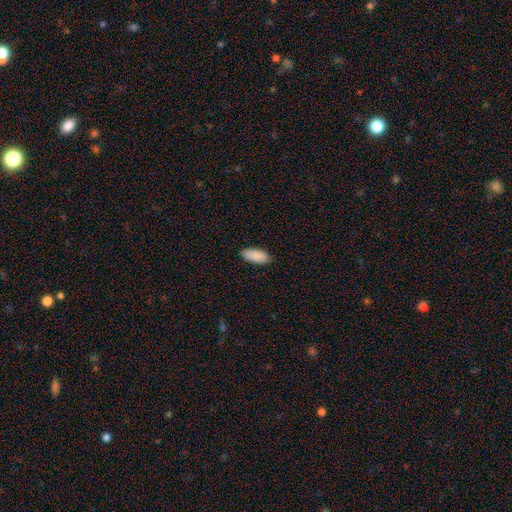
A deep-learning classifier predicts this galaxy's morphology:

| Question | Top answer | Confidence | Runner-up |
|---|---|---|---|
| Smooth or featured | smooth | 90% | star or artifact (6%) |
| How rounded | in between | 91% | cigar-shaped (8%) |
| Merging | none | 87% | minor disturbance (10%) |